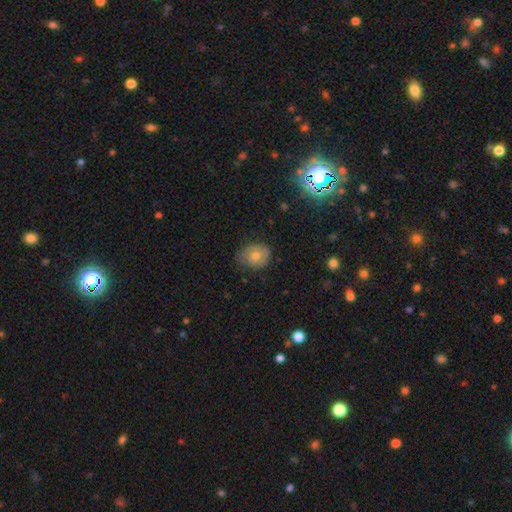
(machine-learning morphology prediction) smooth-or-featured: smooth: 45% | featured or disk: 39% | star or artifact: 16%
  merging: none: 70% | minor disturbance: 22% | major disturbance: 6% | merger: 1%